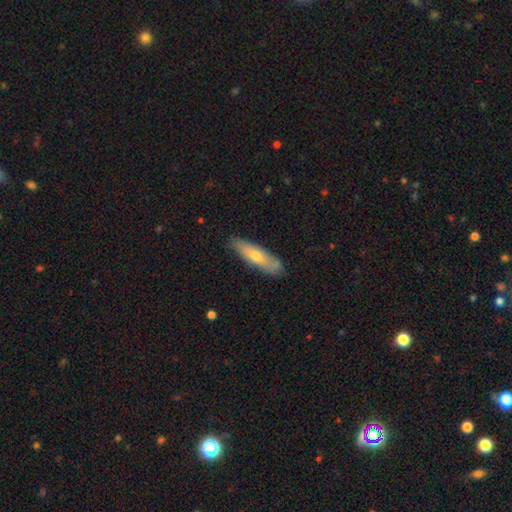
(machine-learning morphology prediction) Overall: smooth (59%; featured or disk 35%). How rounded: cigar-shaped (69%; in between 29%). Merging: none (81%).